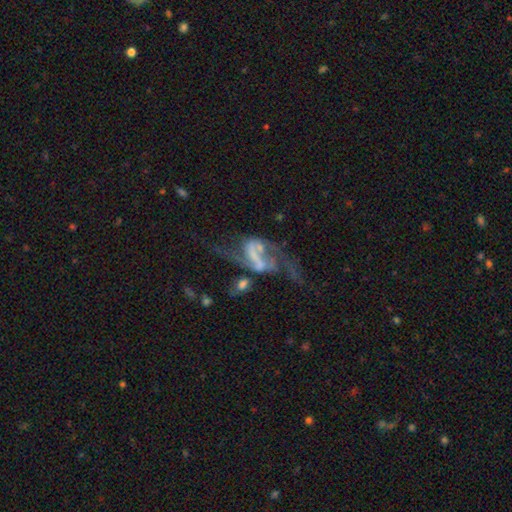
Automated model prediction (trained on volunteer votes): Overall: featured or disk (81%). Edge-on disk: no (97%). Bar: strong (44%; weak 33%). Spiral arms: yes (84%). Spiral arm count: 2 (87%). Spiral winding: loose (73%). Bulge size: none (54%; small 25%). Merging: none (32%, tied with major disturbance).